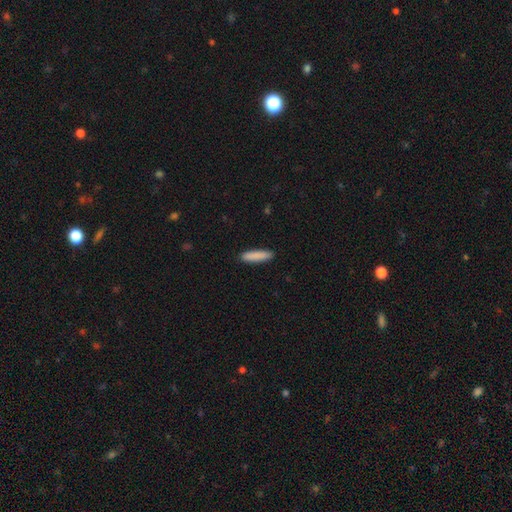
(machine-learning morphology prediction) Smooth or featured? Predicted: smooth (p=0.88). How rounded? Predicted: cigar-shaped (p=0.79). Merging? Predicted: none (p=0.90).